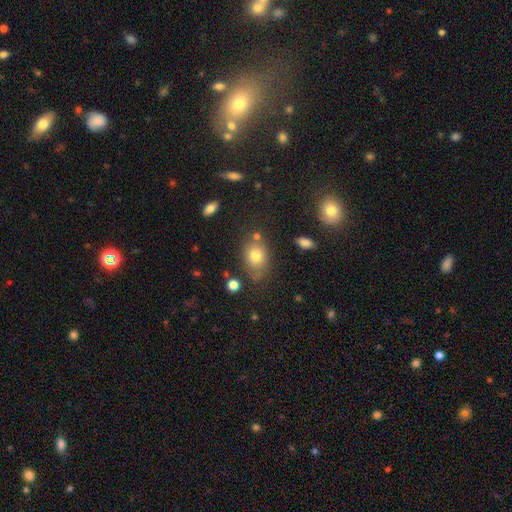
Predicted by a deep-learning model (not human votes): This is likely a smooth galaxy (76%). How rounded: likely in between (69%). Merging: likely none (67%).